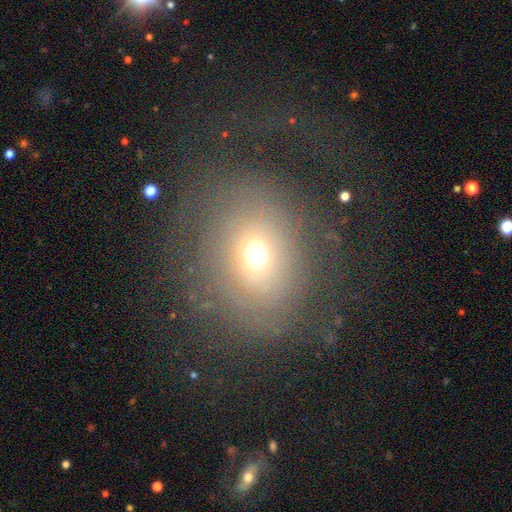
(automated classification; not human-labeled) A smooth galaxy with no disk features (50%).

Vote fractions:
- Smooth or featured? smooth: 50% / featured or disk: 35% / star or artifact: 16%
- Merging? none: 57% / major disturbance: 25% / minor disturbance: 16% / merger: 2%